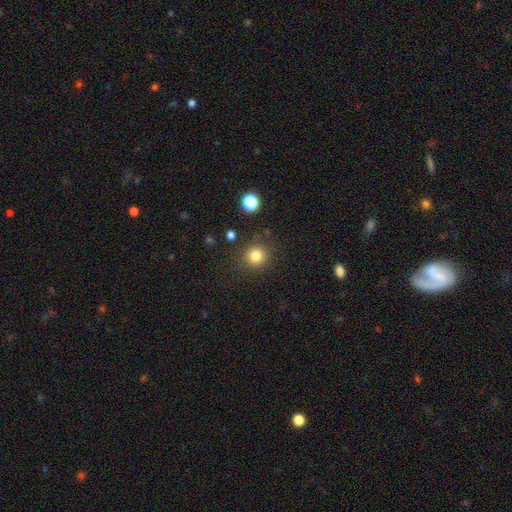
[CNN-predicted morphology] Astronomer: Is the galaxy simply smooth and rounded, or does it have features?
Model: smooth — 82%.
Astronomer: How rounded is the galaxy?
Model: round — 92%.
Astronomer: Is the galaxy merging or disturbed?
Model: none — 86%.